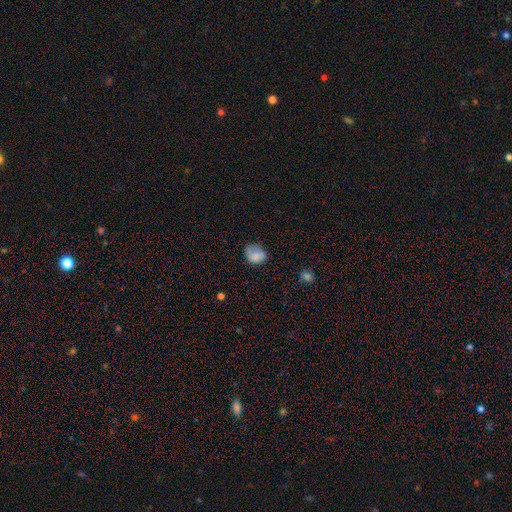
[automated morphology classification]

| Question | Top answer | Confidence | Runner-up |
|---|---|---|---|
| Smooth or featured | smooth | 80% | star or artifact (10%) |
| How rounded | round | 51% | in between (49%) |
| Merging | none | 57% | minor disturbance (31%) |